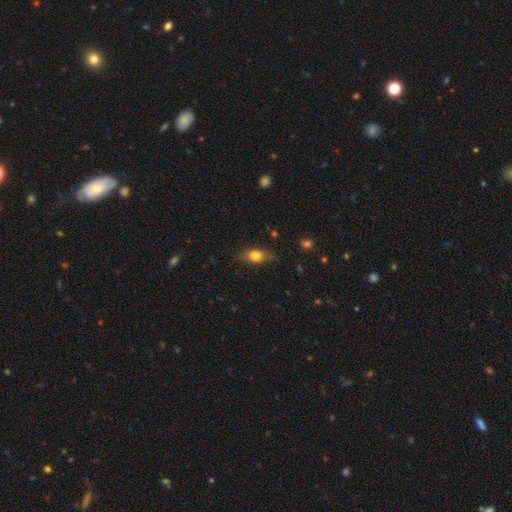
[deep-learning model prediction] smooth 76%, featured or disk 15%, star or artifact 8%. Down the decision tree: how rounded — in between (78%); merging — none (78%).